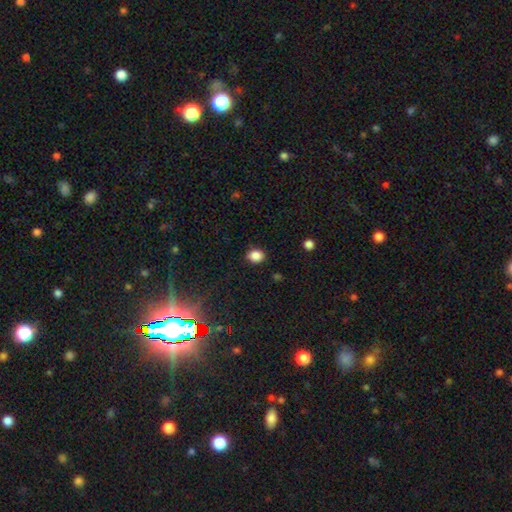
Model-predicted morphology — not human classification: smooth 86%, star or artifact 11%, featured or disk 3%. Down the decision tree: how rounded — round (55%); merging — none (86%).